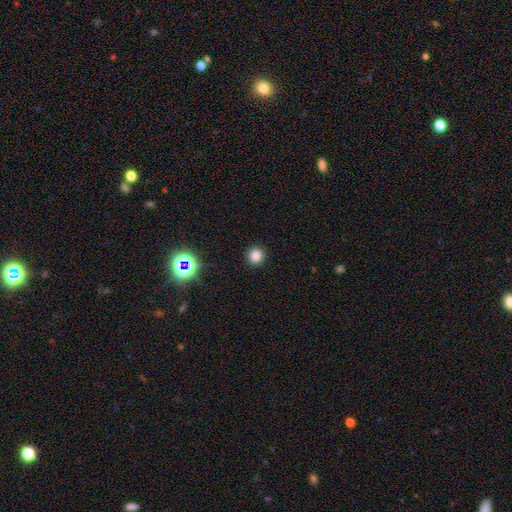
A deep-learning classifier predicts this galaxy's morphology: smooth 80%, star or artifact 16%, featured or disk 4%. Down the decision tree: how rounded — round (91%); merging — none (91%).